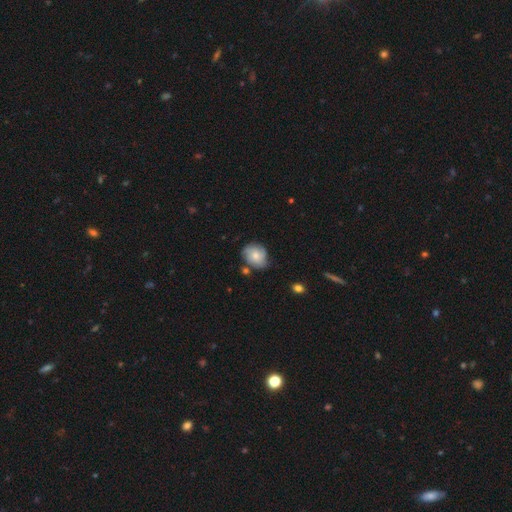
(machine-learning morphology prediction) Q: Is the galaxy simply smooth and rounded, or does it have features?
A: smooth — 58%.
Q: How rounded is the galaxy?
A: round — 58%.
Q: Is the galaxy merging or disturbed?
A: none — 63%.